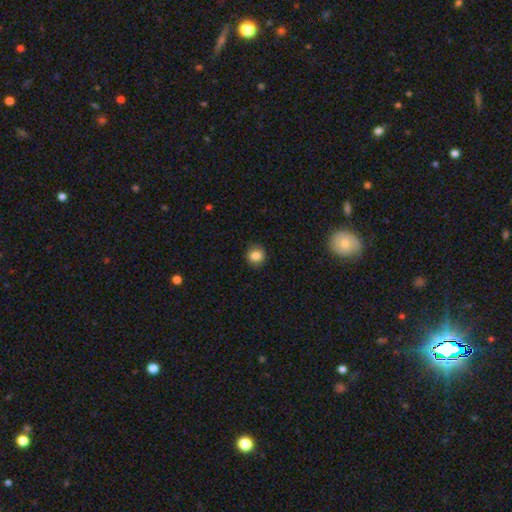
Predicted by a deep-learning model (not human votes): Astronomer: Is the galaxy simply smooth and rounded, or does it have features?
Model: smooth — 85%.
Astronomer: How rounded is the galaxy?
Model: round — 85%.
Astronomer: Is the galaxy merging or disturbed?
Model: none — 87%.